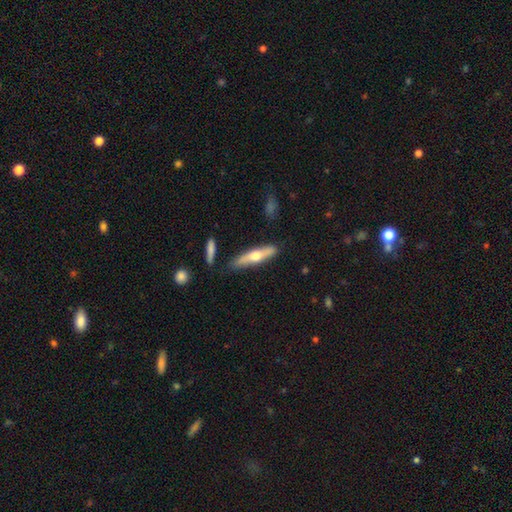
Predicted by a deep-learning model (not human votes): A featured or disk galaxy (48%).

Vote fractions:
- Smooth or featured? featured or disk: 48% / smooth: 47% / star or artifact: 5%
- Merging? none: 80% / minor disturbance: 14% / merger: 4% / major disturbance: 3%